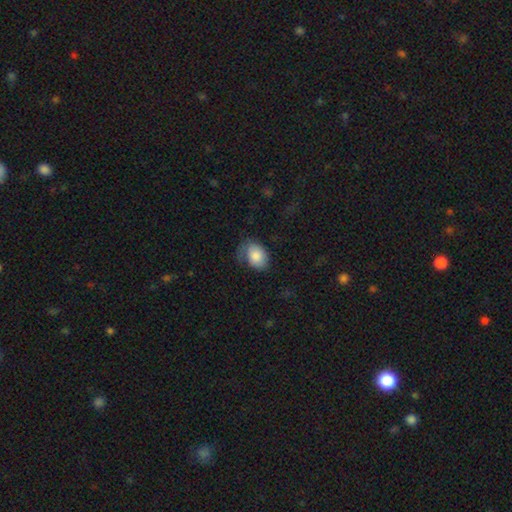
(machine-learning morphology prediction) type=smooth (81%); roundness=in between (78%); merging=none (46%).